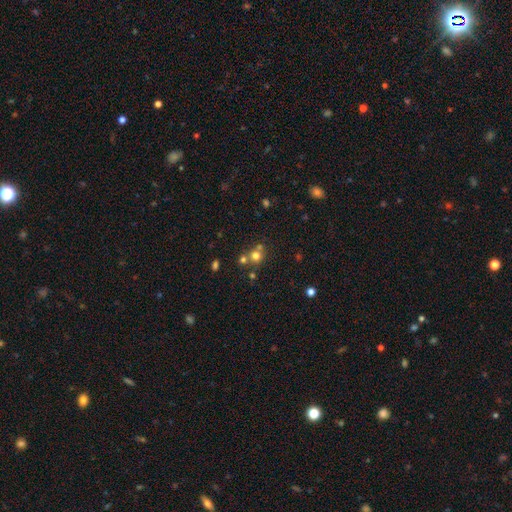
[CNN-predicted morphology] Overall: smooth (68%). How rounded: round (86%). Merging: none (56%; merger 34%).